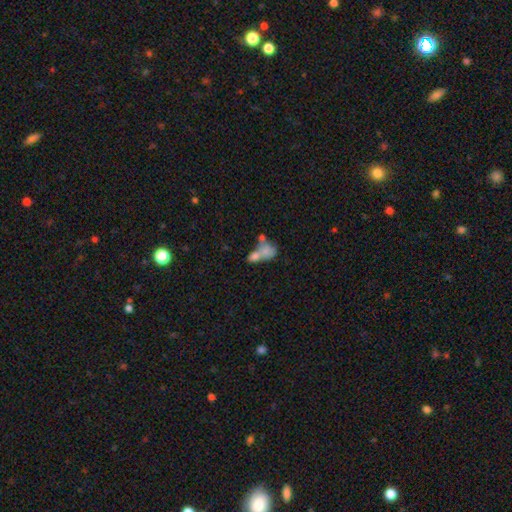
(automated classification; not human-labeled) Morphology: type=smooth (67%); roundness=in between (72%); merging=merger (64%).